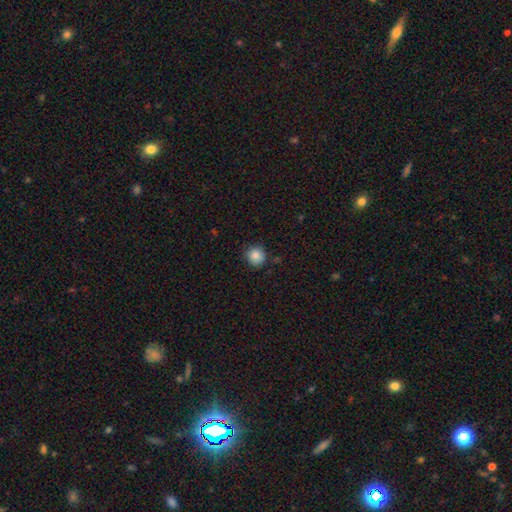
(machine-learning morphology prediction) Overall: smooth (86%). How rounded: round (90%). Merging: none (81%).